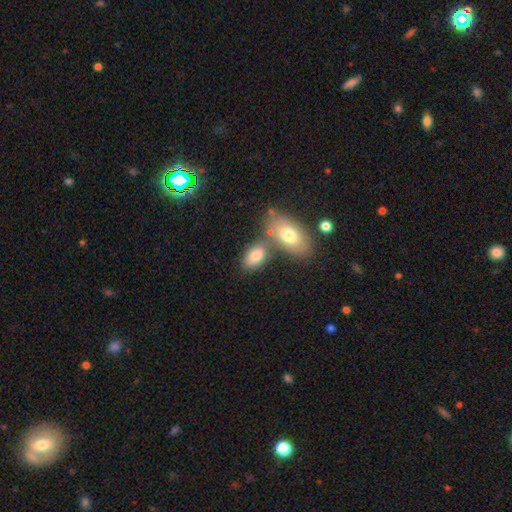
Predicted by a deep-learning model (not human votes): smooth 77%, featured or disk 15%, star or artifact 8%. Down the decision tree: how rounded — in between (89%); merging — none (50%).